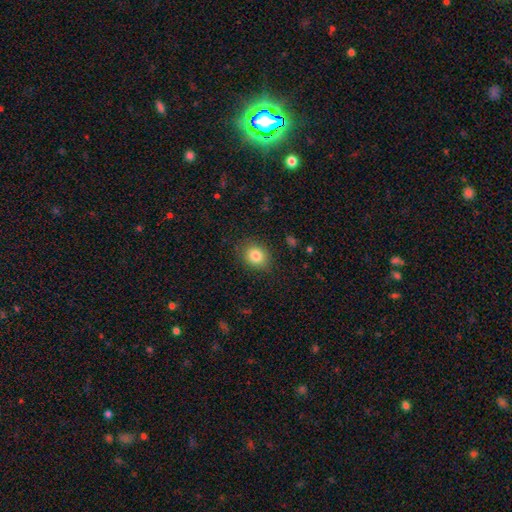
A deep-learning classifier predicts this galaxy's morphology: A smooth galaxy with no disk features (83%) that is round (55%). Merging: none (84%).